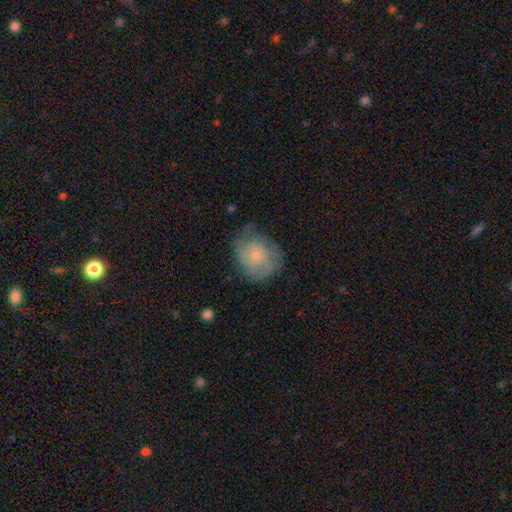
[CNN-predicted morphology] smooth_or_featured: smooth (p=0.49) [alt: featured or disk p=0.43]
merging: none (p=0.59) [alt: minor disturbance p=0.27]